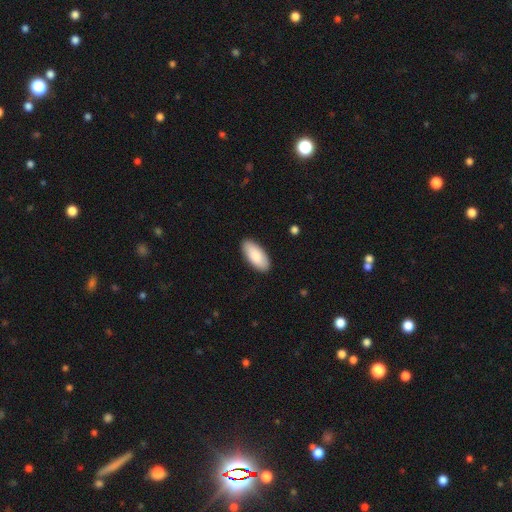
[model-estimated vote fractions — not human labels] A smooth galaxy with no disk features (88%) that is in between round and cigar-shaped (89%). Merging: none (89%).